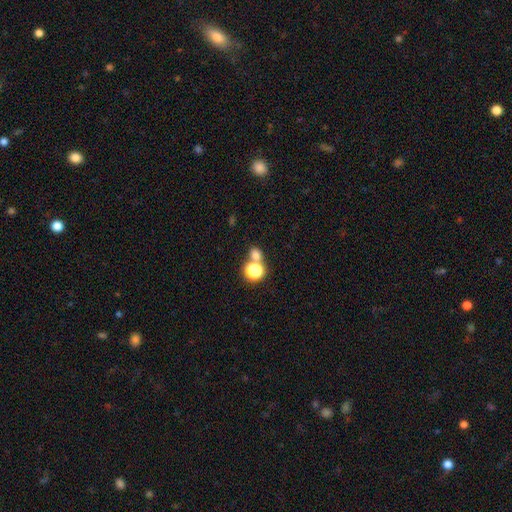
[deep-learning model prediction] smooth-or-featured: smooth: 70% | star or artifact: 22% | featured or disk: 8%
  how-rounded: round: 69% | in between: 29% | cigar-shaped: 1%
  merging: none: 55% | merger: 34% | minor disturbance: 7% | major disturbance: 4%